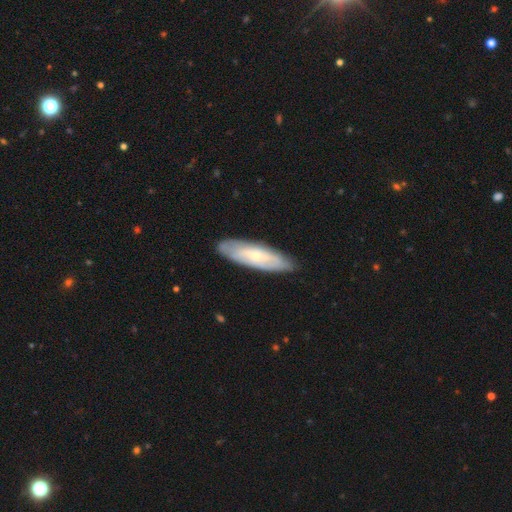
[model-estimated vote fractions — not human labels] A featured or disk galaxy (55%).

Vote fractions:
- Smooth or featured? featured or disk: 55% / smooth: 39% / star or artifact: 6%
- Edge-on disk? no: 69% / yes: 31%
- Merging? none: 85% / minor disturbance: 12% / major disturbance: 2% / merger: 1%